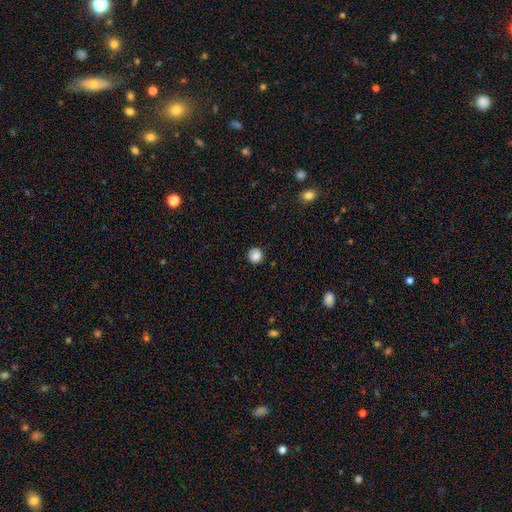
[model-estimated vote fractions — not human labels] smooth-or-featured: smooth: 87% | star or artifact: 10% | featured or disk: 3%
  how-rounded: round: 94% | in between: 5% | cigar-shaped: 1%
  merging: none: 89% | minor disturbance: 8% | major disturbance: 2% | merger: 1%